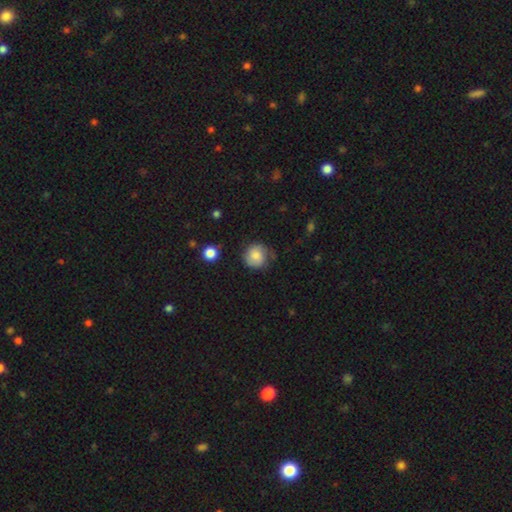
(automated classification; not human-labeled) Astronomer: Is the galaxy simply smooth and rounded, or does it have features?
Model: smooth — 67%.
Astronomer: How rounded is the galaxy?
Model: round — 87%.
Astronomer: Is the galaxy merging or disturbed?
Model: none — 67%.